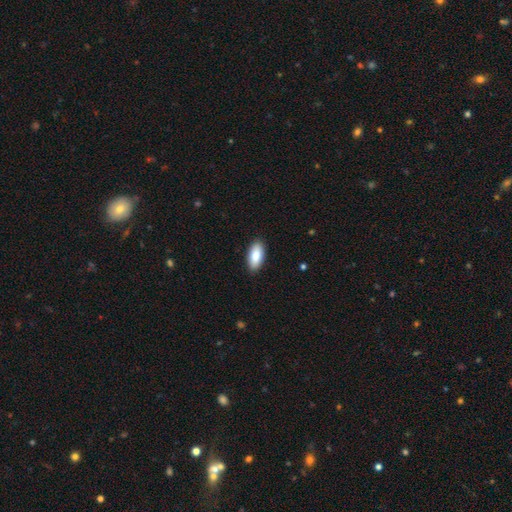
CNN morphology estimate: Smooth or featured?
  - smooth: 86% *
  - featured or disk: 8%
  - star or artifact: 6%
How rounded?
  - in between: 90% *
  - cigar-shaped: 8%
  - round: 2%
Merging?
  - none: 89% *
  - minor disturbance: 8%
  - major disturbance: 2%
  - merger: 1%